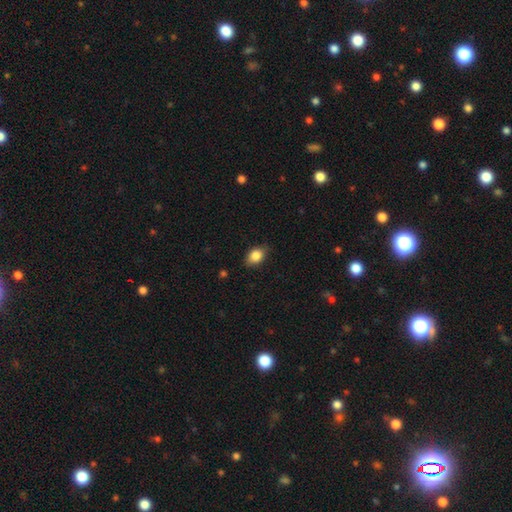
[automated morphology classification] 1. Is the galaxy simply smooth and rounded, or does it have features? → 84% smooth, 8% star or artifact, 8% featured or disk.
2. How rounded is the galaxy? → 76% in between, 23% round, 2% cigar-shaped.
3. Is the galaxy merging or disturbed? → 80% none, 16% minor disturbance, 3% major disturbance, 1% merger.